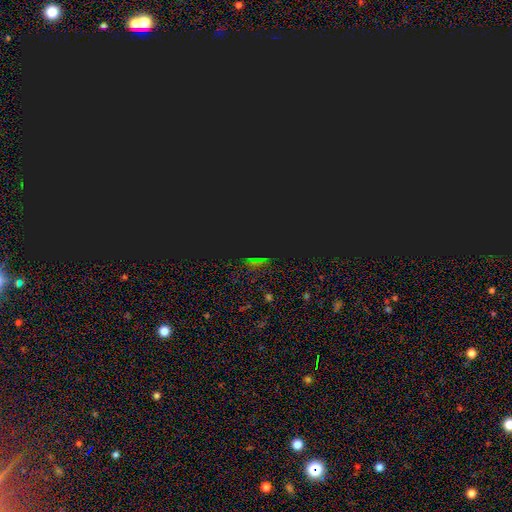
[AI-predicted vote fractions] Q: Smooth or featured?
A: star or artifact (80%); runner-up: smooth (13%)